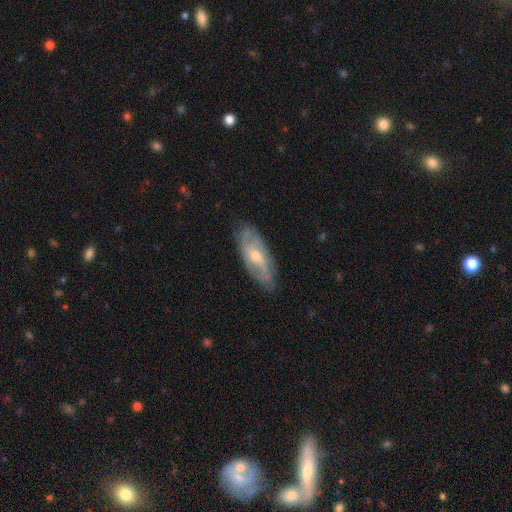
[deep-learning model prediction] This appears to be a featured or disk galaxy (74%) with no bar (50%), 2 (48%) medium (42%) spiral arms (85%) and a moderate central bulge (56%). Merging: none (78%).